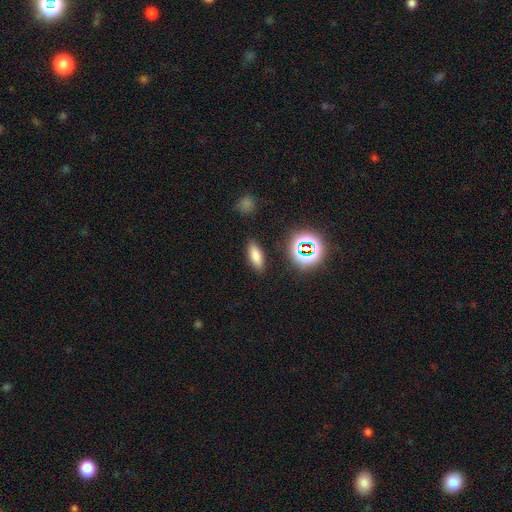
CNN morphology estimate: This appears to be a smooth galaxy with no disk features (75%) that is in between round and cigar-shaped (70%). Merging: none (87%).